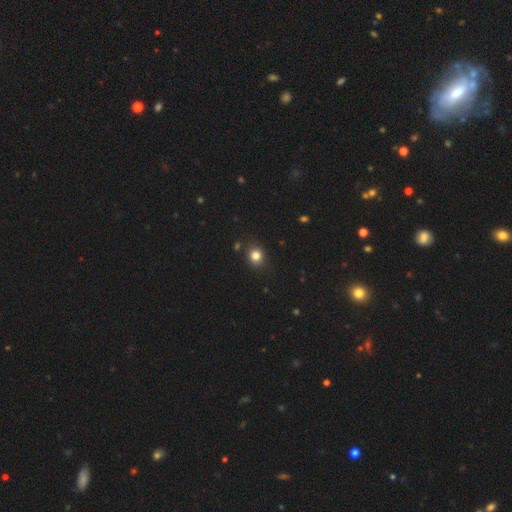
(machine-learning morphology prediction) smooth 82%, star or artifact 13%, featured or disk 6%. Down the decision tree: how rounded — round (79%); merging — none (86%).